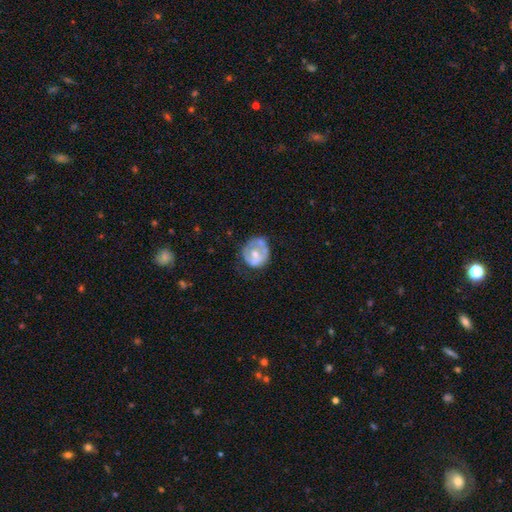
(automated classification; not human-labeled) Morphology: type=featured or disk (51%); edge-on=no (97%); merging=none (44%).